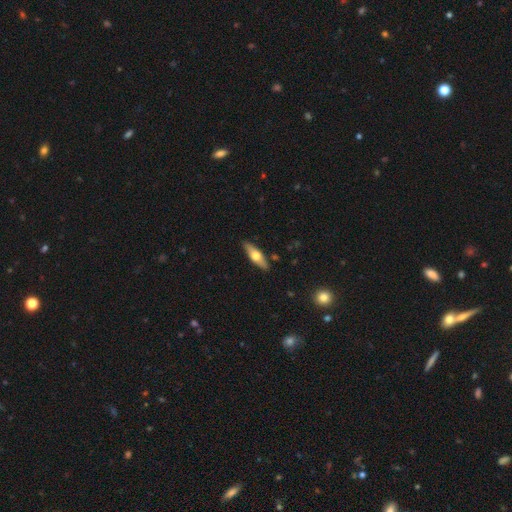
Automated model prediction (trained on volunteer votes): Smooth or featured? smooth (48%)
Merging? none (88%)